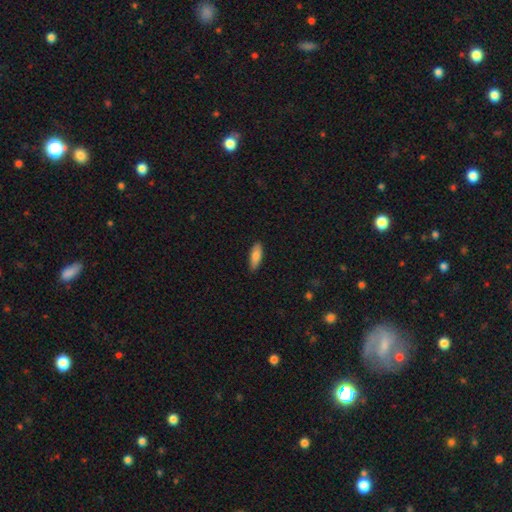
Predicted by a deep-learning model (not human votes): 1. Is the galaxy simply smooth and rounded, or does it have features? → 83% smooth, 12% featured or disk, 6% star or artifact.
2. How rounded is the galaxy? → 60% in between, 38% cigar-shaped, 2% round.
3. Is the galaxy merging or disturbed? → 87% none, 10% minor disturbance, 2% major disturbance, 1% merger.